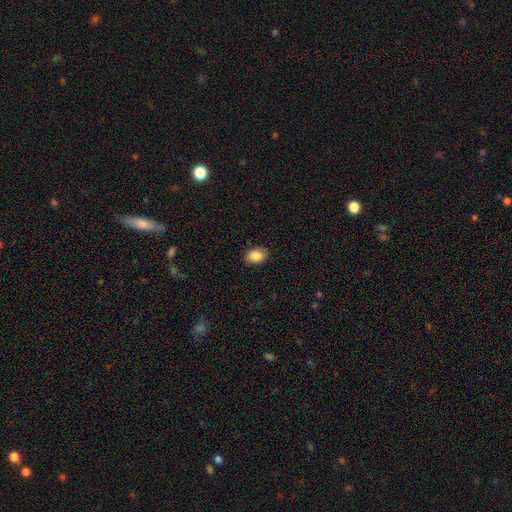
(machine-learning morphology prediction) The model was most divided on "how rounded": in between: 81%, round: 18%, cigar-shaped: 1%. More confident: merging — none (88%); smooth or featured — smooth (87%).